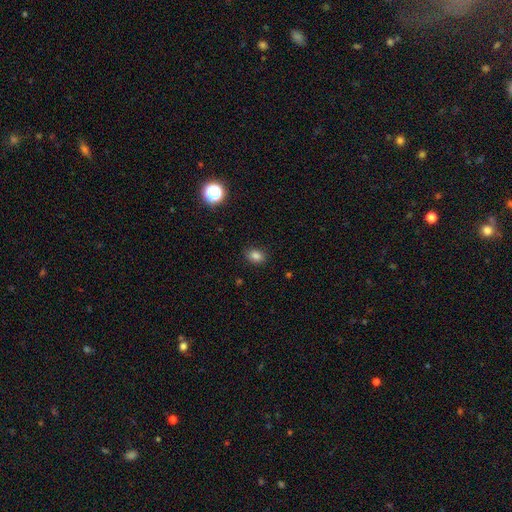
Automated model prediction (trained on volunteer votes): smooth_or_featured: smooth (p=0.82) [alt: star or artifact p=0.13]
how_rounded: in between (p=0.69) [alt: round p=0.30]
merging: none (p=0.87) [alt: minor disturbance p=0.10]